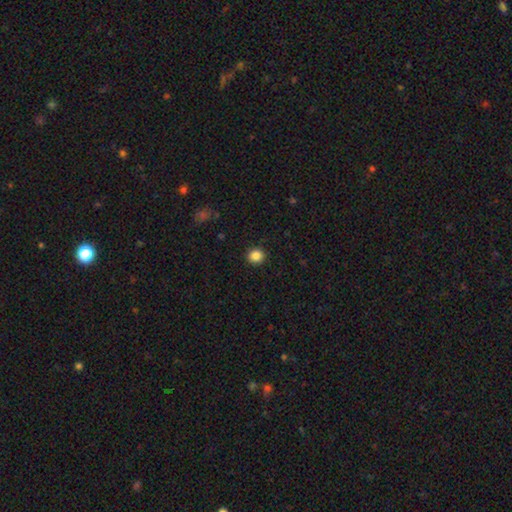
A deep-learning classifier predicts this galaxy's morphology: Q: Smooth or featured?
A: smooth (86%); runner-up: star or artifact (10%)
Q: How rounded?
A: round (88%); runner-up: in between (11%)
Q: Merging?
A: none (92%); runner-up: minor disturbance (5%)